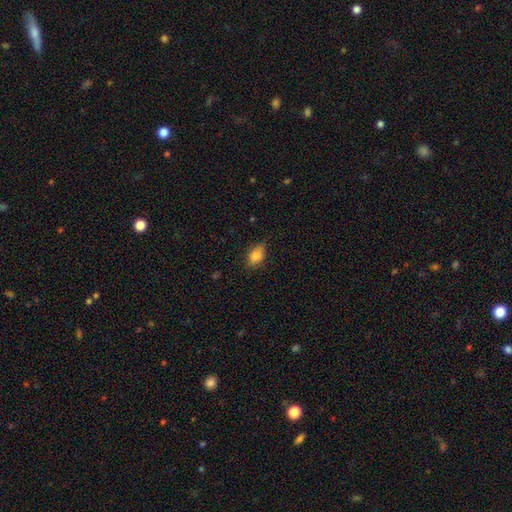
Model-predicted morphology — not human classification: Smooth or featured? Predicted: smooth (p=0.79). How rounded? Predicted: in between (p=0.80). Merging? Predicted: none (p=0.74).